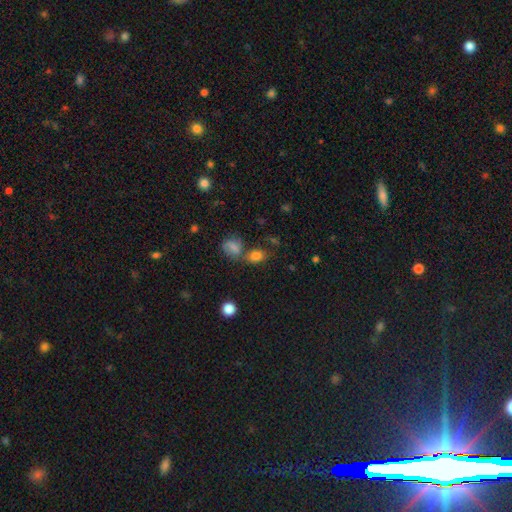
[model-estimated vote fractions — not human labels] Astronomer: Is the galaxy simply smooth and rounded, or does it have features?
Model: smooth — 79%.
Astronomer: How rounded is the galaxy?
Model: in between — 66%.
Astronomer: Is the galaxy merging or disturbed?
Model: none — 54%.